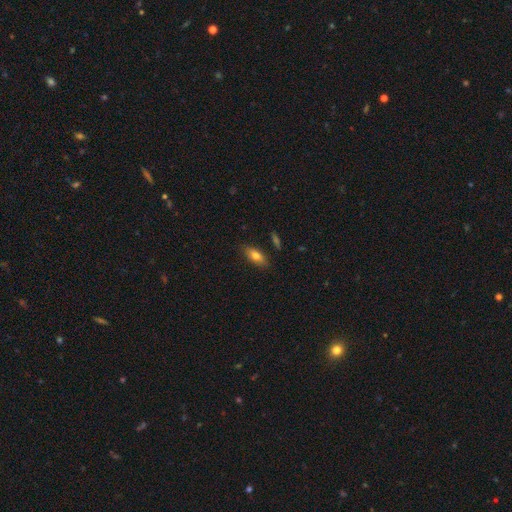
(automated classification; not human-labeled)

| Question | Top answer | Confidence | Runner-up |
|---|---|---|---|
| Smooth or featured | smooth | 75% | featured or disk (17%) |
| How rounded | in between | 76% | cigar-shaped (20%) |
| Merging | none | 83% | minor disturbance (12%) |